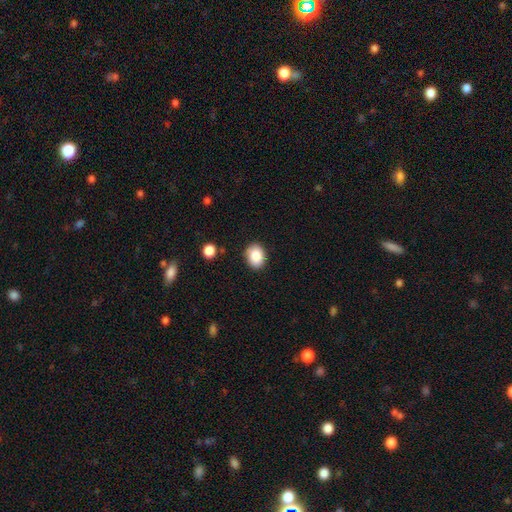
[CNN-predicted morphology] smooth-or-featured: smooth: 86% | star or artifact: 9% | featured or disk: 6%
  how-rounded: in between: 56% | round: 43% | cigar-shaped: 1%
  merging: none: 87% | minor disturbance: 9% | major disturbance: 2% | merger: 2%